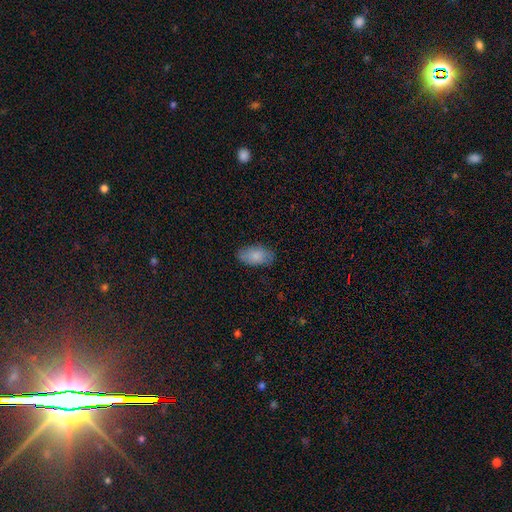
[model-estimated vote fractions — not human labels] Smooth or featured? Predicted: smooth (p=0.83). How rounded? Predicted: in between (p=0.93). Merging? Predicted: none (p=0.78).